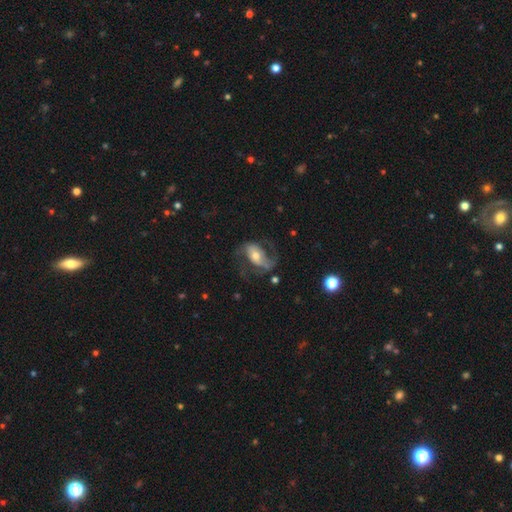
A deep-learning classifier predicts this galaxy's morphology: A featured or disk galaxy (74%) with a weak bar (34%), 2 (86%) medium (45%) spiral arms (88%) and a moderate central bulge (59%). Merging: none (57%).